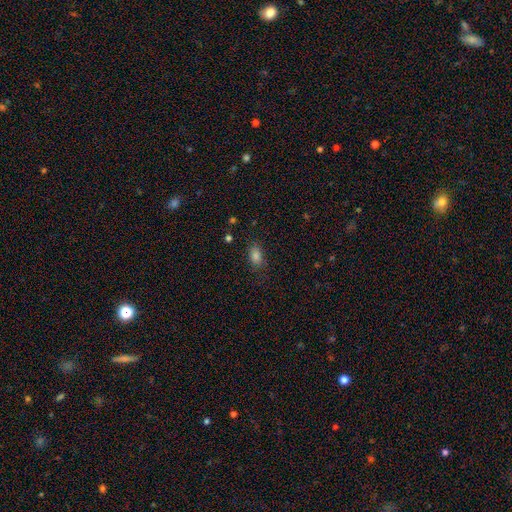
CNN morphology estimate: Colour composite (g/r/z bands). It shows a smooth galaxy with no disk features (81%) that is in between round and cigar-shaped (84%). Merging: none (80%).